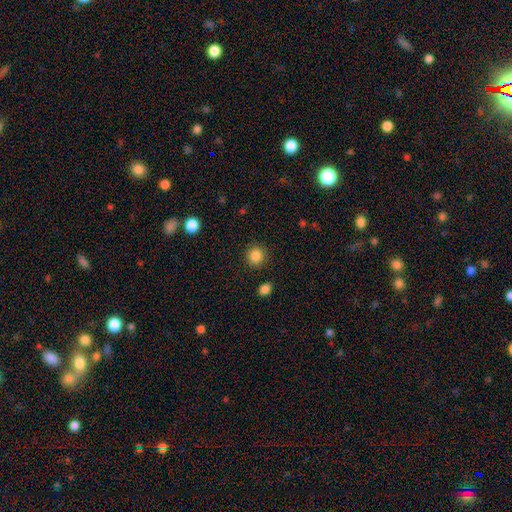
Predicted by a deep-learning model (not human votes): smooth_or_featured: smooth (p=0.86) [alt: star or artifact p=0.10]
how_rounded: round (p=0.89) [alt: in between p=0.10]
merging: none (p=0.89) [alt: minor disturbance p=0.07]